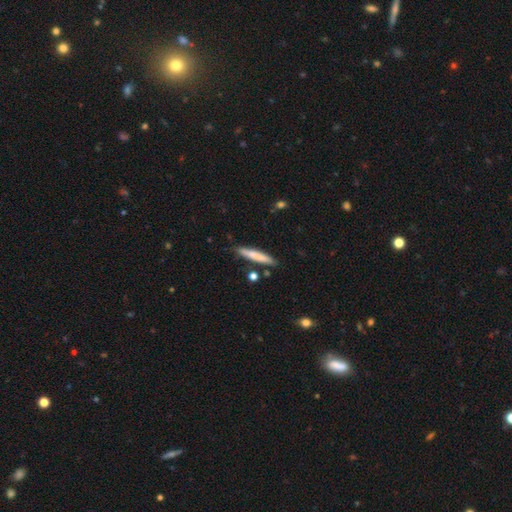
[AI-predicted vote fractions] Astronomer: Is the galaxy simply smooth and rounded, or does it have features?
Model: smooth — 72%.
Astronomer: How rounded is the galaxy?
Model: cigar-shaped — 93%.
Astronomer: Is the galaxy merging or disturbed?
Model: none — 83%.